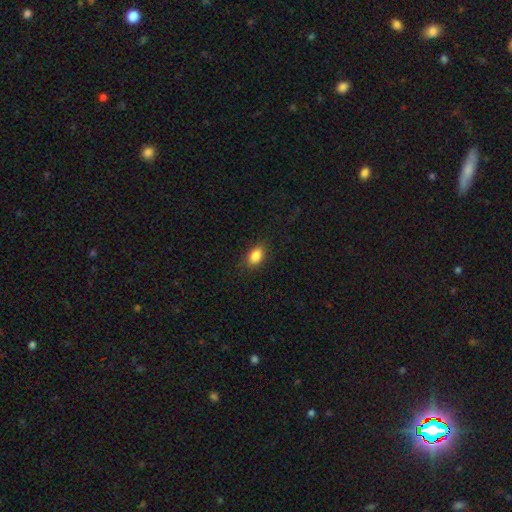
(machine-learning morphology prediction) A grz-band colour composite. It shows a smooth galaxy with no disk features (86%) that is in between round and cigar-shaped (85%). Merging: none (85%).